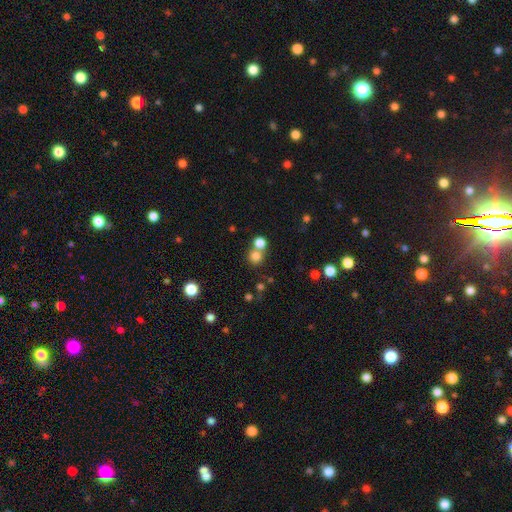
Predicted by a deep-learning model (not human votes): smooth_or_featured: smooth (p=0.78) [alt: star or artifact p=0.15]
how_rounded: round (p=0.90) [alt: in between p=0.09]
merging: none (p=0.57) [alt: merger p=0.35]